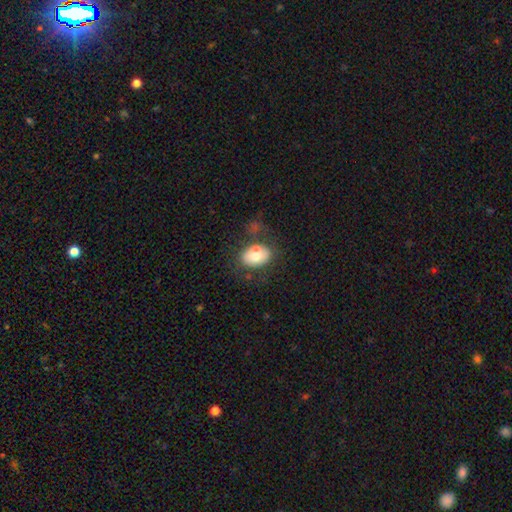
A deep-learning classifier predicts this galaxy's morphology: Overall: smooth (65%; featured or disk 27%). How rounded: in between (78%). Merging: none (49%; merger 23%).